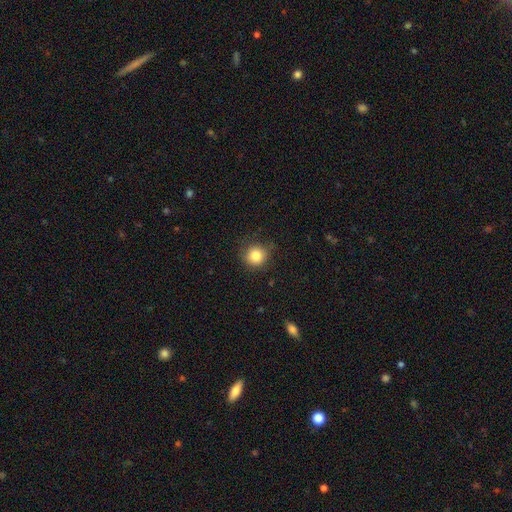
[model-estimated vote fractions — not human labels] smooth 83%, star or artifact 11%, featured or disk 6%. Down the decision tree: how rounded — round (91%); merging — none (83%).